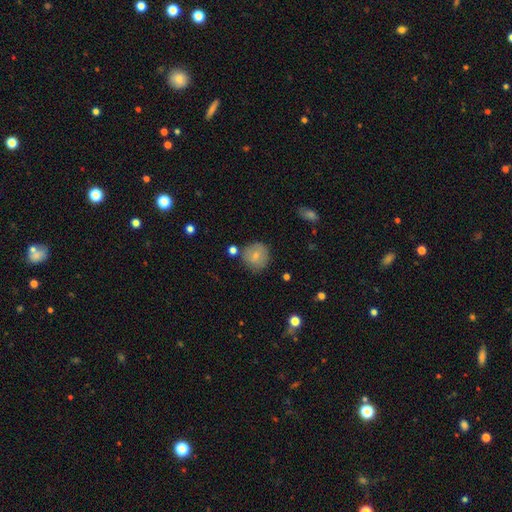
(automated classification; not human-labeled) Smooth or featured? Predicted: smooth (p=0.73). How rounded? Predicted: round (p=0.91). Merging? Predicted: none (p=0.76).